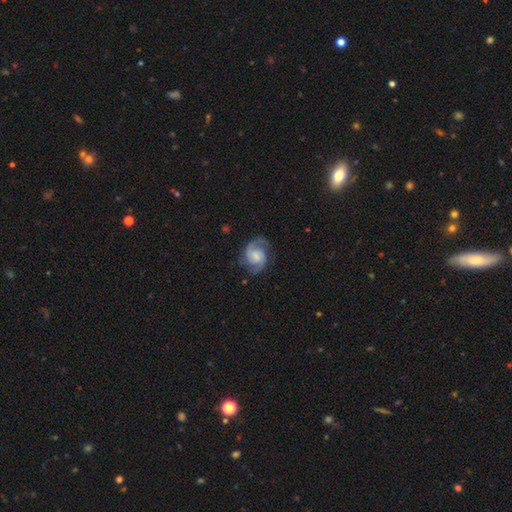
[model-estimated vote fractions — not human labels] Smooth or featured?
  - featured or disk: 86% *
  - smooth: 9%
  - star or artifact: 5%
Edge-on disk?
  - no: 98% *
  - yes: 2%
Bar?
  - no: 48% *
  - weak: 43%
  - strong: 9%
Spiral arms?
  - yes: 97% *
  - no: 3%
Spiral winding?
  - medium: 53% *
  - tight: 30%
  - loose: 17%
Spiral arm count?
  - 2: 90% *
  - can't tell: 3%
  - 3: 2%
  - 1: 2%
  - 4: 1%
  - more than 4: 1%
Bulge size?
  - small: 36% *
  - moderate: 30%
  - none: 24%
  - large: 8%
  - dominant: 2%
Merging?
  - none: 76% *
  - minor disturbance: 16%
  - major disturbance: 7%
  - merger: 1%